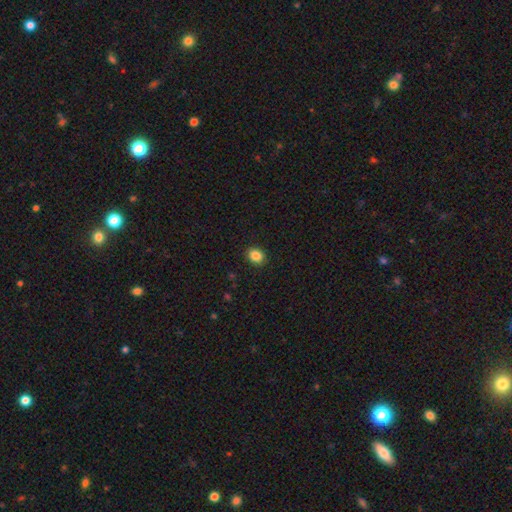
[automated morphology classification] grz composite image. It shows a smooth galaxy with no disk features (87%) that is round (51%). Merging: none (90%).